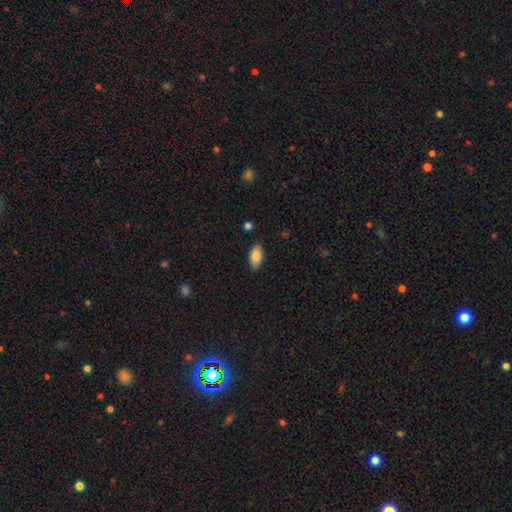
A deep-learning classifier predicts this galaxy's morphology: type=smooth (84%); roundness=in between (92%); merging=none (86%).